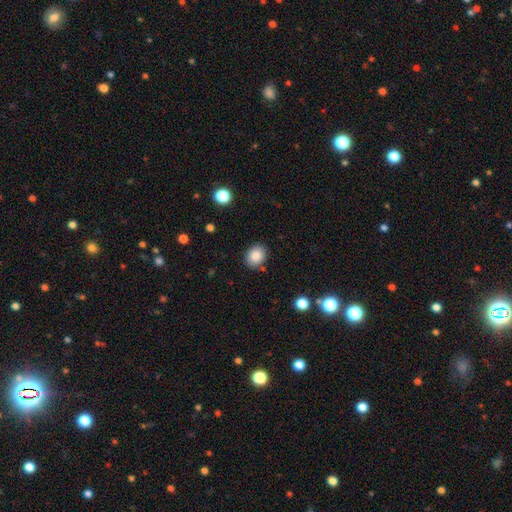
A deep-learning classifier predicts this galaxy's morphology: Smooth or featured?
  - smooth: 86% *
  - star or artifact: 9%
  - featured or disk: 5%
How rounded?
  - in between: 52% *
  - round: 47%
  - cigar-shaped: 1%
Merging?
  - none: 85% *
  - minor disturbance: 10%
  - major disturbance: 3%
  - merger: 2%